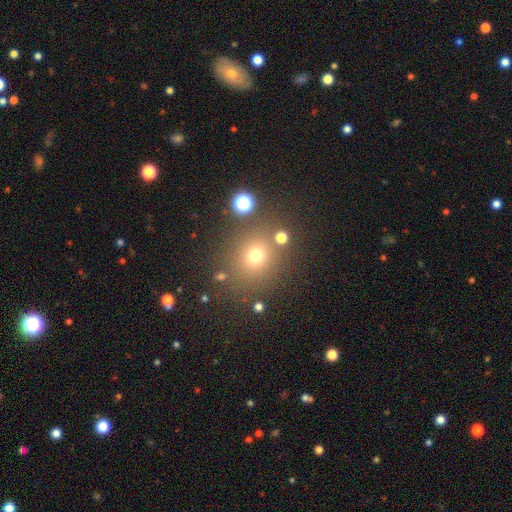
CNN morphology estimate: Smooth or featured? Predicted: smooth (p=0.70). How rounded? Predicted: round (p=0.82). Merging? Predicted: none (p=0.78).